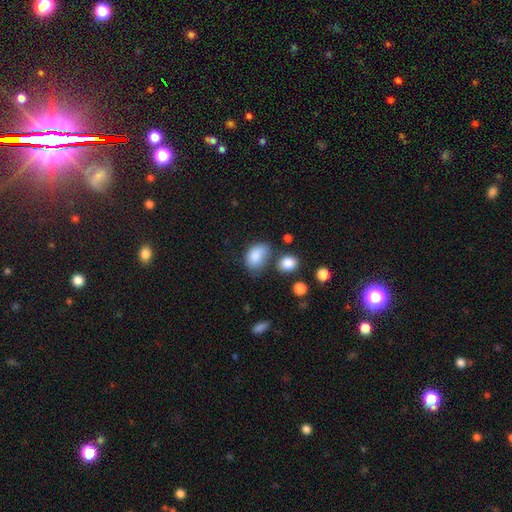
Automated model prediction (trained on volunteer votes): Smooth or featured? Predicted: smooth (p=0.83). How rounded? Predicted: in between (p=0.83). Merging? Predicted: none (p=0.43).